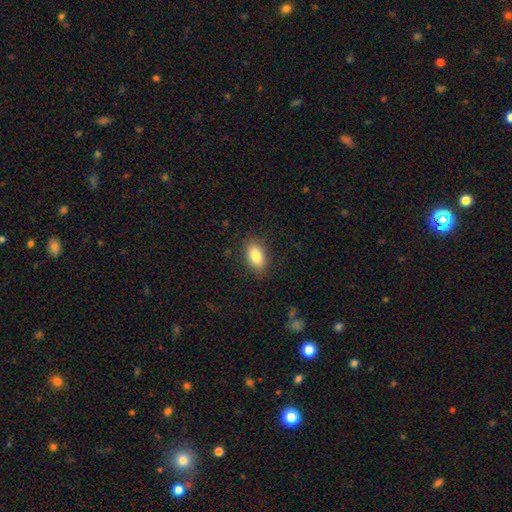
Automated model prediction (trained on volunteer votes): Q: Smooth or featured?
A: smooth (84%); runner-up: featured or disk (8%)
Q: How rounded?
A: in between (90%); runner-up: round (7%)
Q: Merging?
A: none (87%); runner-up: minor disturbance (9%)